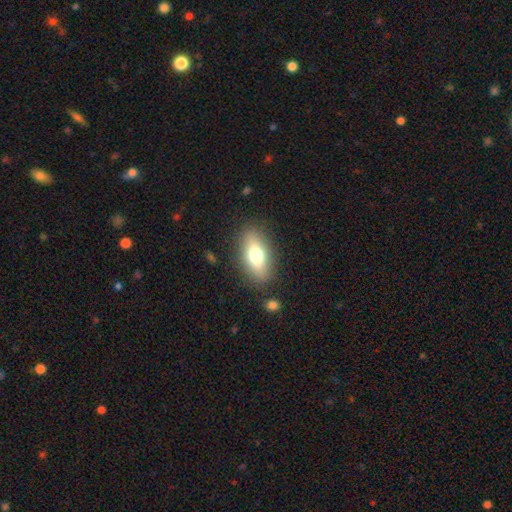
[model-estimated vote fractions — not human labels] Overall: smooth (67%). How rounded: in between (80%). Merging: none (85%).